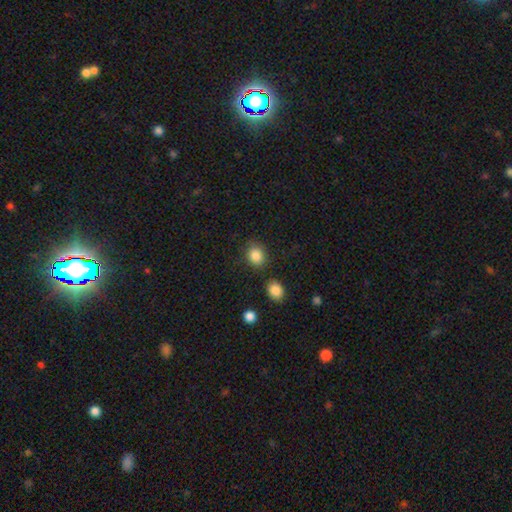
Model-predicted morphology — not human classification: Q: Smooth or featured?
A: smooth (86%); runner-up: star or artifact (9%)
Q: How rounded?
A: round (63%); runner-up: in between (36%)
Q: Merging?
A: none (78%); runner-up: minor disturbance (13%)